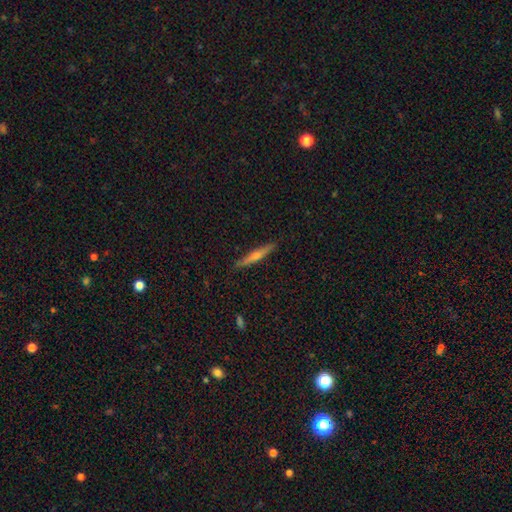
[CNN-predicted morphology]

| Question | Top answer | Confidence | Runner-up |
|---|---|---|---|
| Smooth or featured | featured or disk | 55% | smooth (38%) |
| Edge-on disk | yes | 96% | no (4%) |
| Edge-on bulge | rounded | 70% | none (23%) |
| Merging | none | 90% | minor disturbance (7%) |